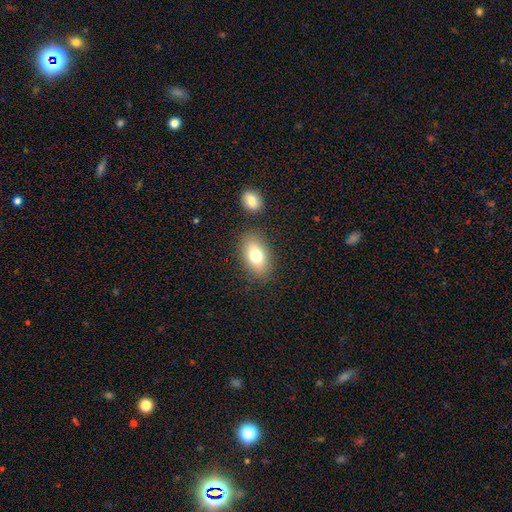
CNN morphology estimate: Q: Smooth or featured?
A: smooth (76%); runner-up: featured or disk (16%)
Q: How rounded?
A: in between (87%); runner-up: round (10%)
Q: Merging?
A: none (81%); runner-up: minor disturbance (10%)